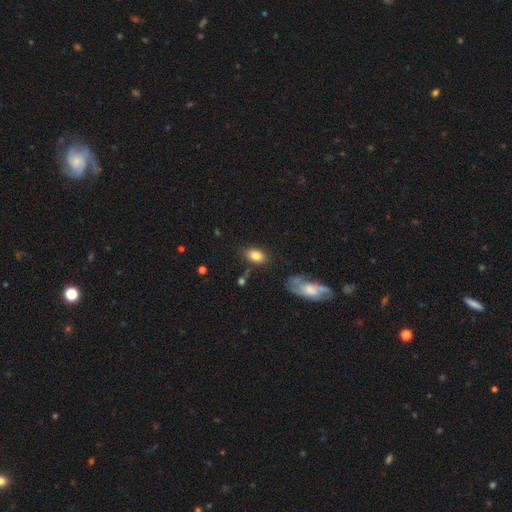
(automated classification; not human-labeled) smooth_or_featured: smooth (p=0.82) [alt: featured or disk p=0.10]
how_rounded: in between (p=0.86) [alt: round p=0.12]
merging: none (p=0.78) [alt: minor disturbance p=0.14]